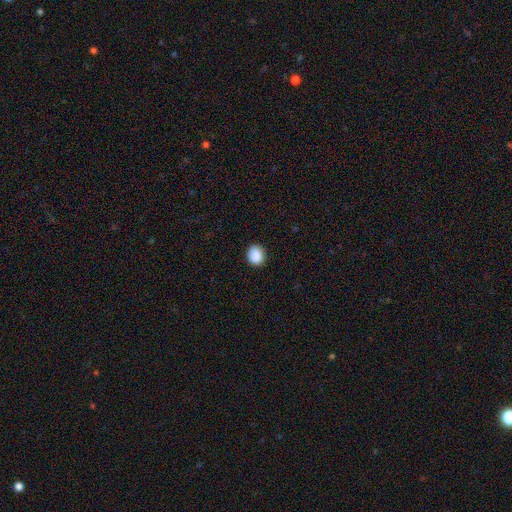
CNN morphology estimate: This is clearly a smooth galaxy (89%). How rounded: likely round (61%). Merging: clearly none (87%).